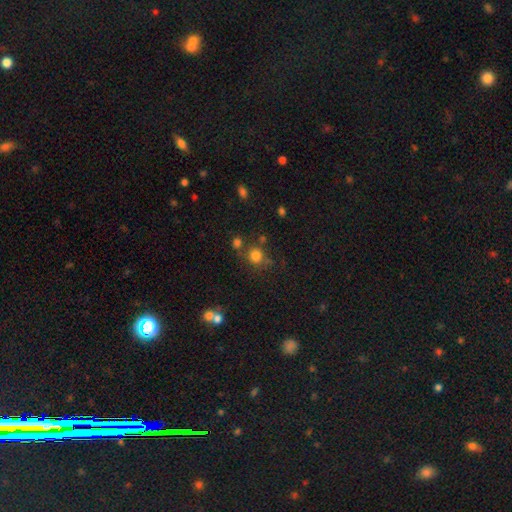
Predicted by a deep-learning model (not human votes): This appears to be a smooth galaxy with no disk features (77%) that is round (88%). Merging: none (68%).